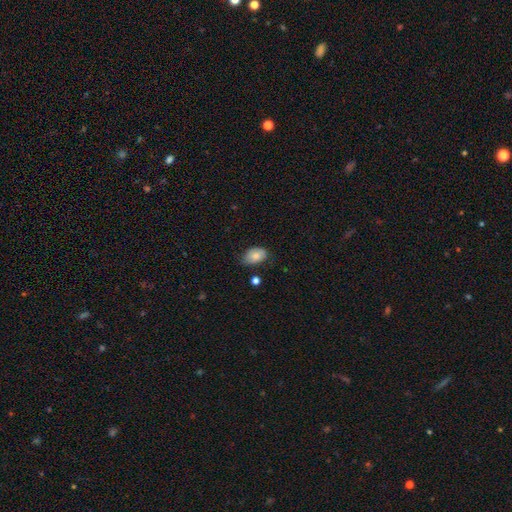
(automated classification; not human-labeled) Q: Smooth or featured?
A: smooth (79%); runner-up: featured or disk (13%)
Q: How rounded?
A: in between (89%); runner-up: round (10%)
Q: Merging?
A: none (62%); runner-up: minor disturbance (30%)